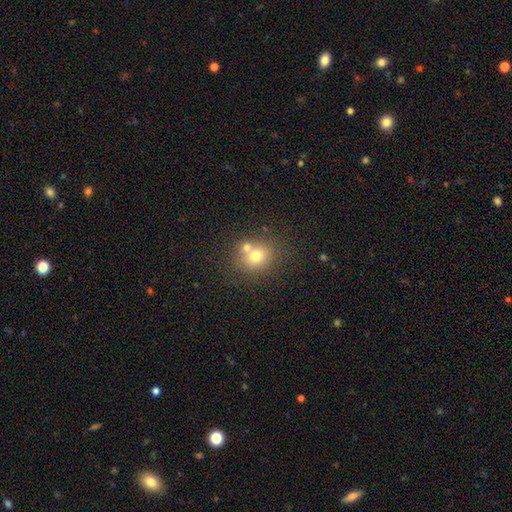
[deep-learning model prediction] smooth-or-featured: smooth: 70% | featured or disk: 16% | star or artifact: 14%
  how-rounded: round: 68% | in between: 31% | cigar-shaped: 1%
  merging: none: 53% | merger: 32% | minor disturbance: 11% | major disturbance: 4%